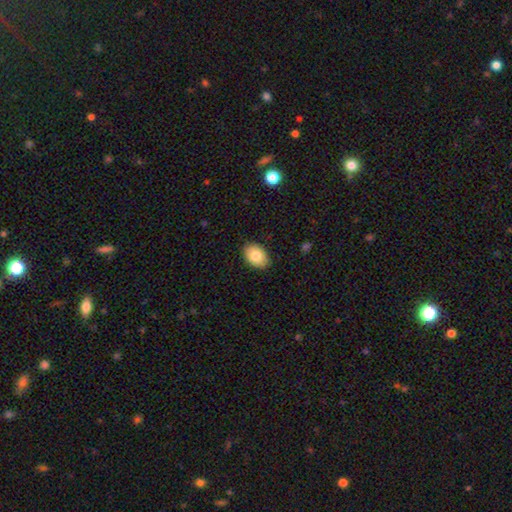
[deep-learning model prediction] smooth-or-featured: smooth: 83% | featured or disk: 10% | star or artifact: 7%
  how-rounded: in between: 84% | round: 15% | cigar-shaped: 1%
  merging: none: 87% | minor disturbance: 10% | major disturbance: 2% | merger: 1%